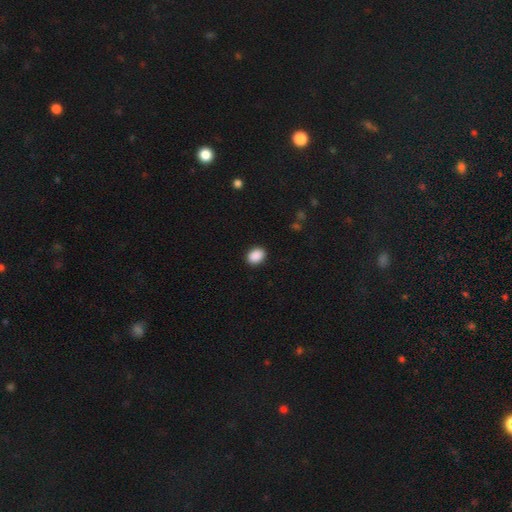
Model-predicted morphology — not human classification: smooth_or_featured: smooth (p=0.90) [alt: star or artifact p=0.08]
how_rounded: in between (p=0.65) [alt: round p=0.34]
merging: none (p=0.90) [alt: minor disturbance p=0.07]